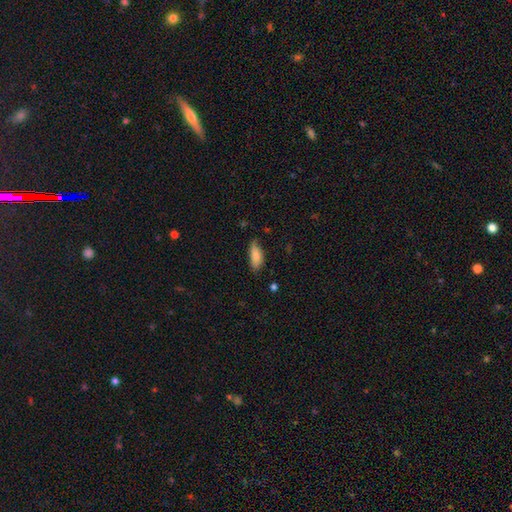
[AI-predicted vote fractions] Smooth or featured? smooth (84%)
How rounded? in between (76%)
Merging? none (63%)